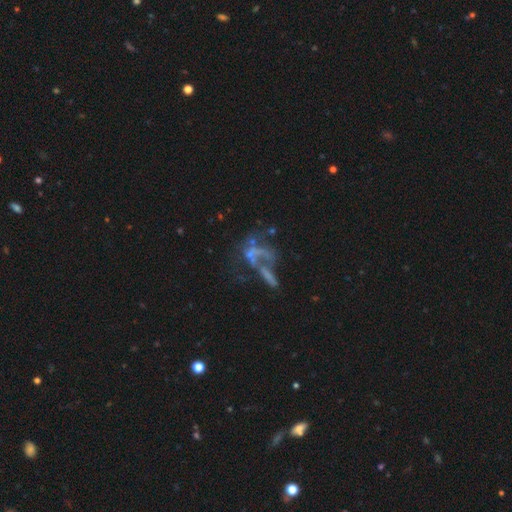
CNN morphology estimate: This appears to be a featured or disk galaxy (58%) with no bar (86%), no spiral arms (82%) and no central bulge (74%). Merging: major disturbance (37%).